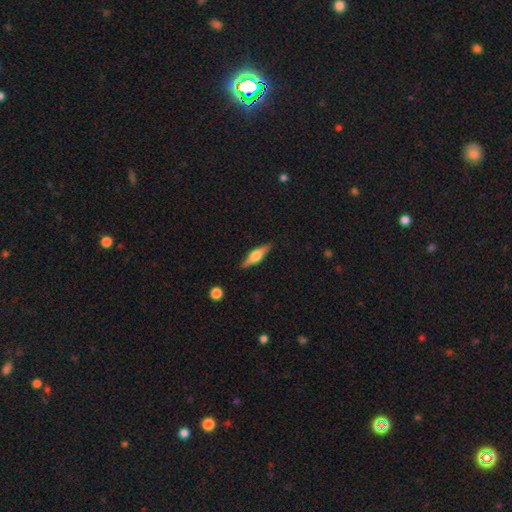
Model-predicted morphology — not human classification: Smooth or featured?
  - featured or disk: 51% *
  - smooth: 43%
  - star or artifact: 6%
Edge-on disk?
  - yes: 94% *
  - no: 6%
Merging?
  - none: 87% *
  - minor disturbance: 9%
  - major disturbance: 2%
  - merger: 1%